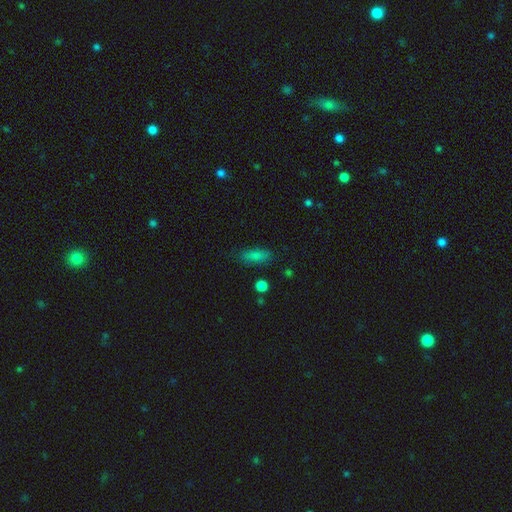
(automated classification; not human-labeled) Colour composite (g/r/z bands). It shows a smooth galaxy with no disk features (82%) that is in between round and cigar-shaped (65%). Merging: none (80%).